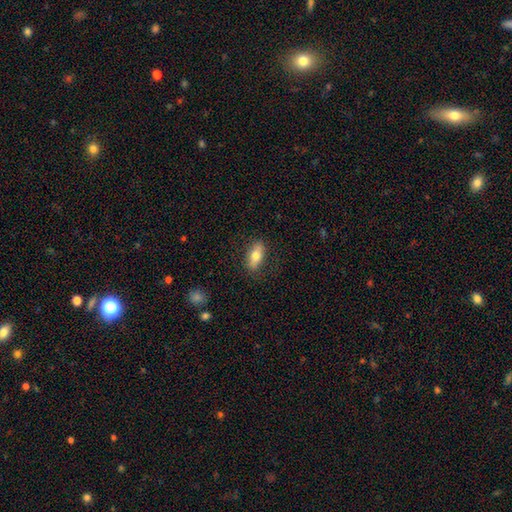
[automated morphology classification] This appears to be a smooth galaxy with no disk features (71%) that is in between round and cigar-shaped (78%). Merging: none (84%).